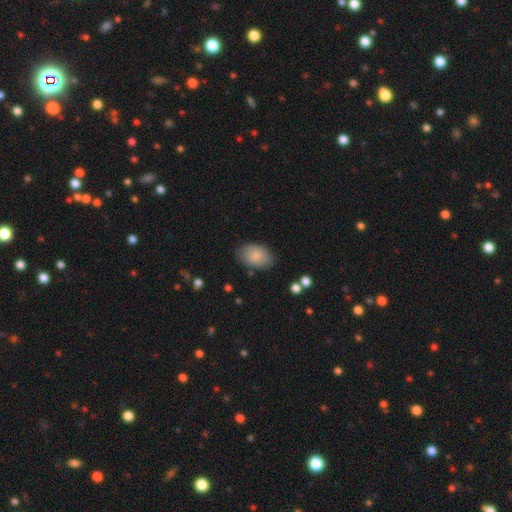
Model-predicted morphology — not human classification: The model was most divided on "merging": none: 80%, minor disturbance: 15%, major disturbance: 4%, merger: 2%. More confident: how rounded — in between (87%); smooth or featured — smooth (82%).